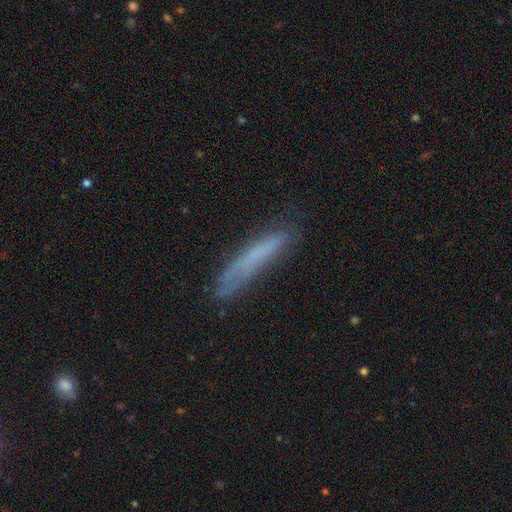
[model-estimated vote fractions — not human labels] smooth_or_featured: smooth (p=0.62) [alt: featured or disk p=0.28]
how_rounded: cigar-shaped (p=0.91) [alt: in between p=0.08]
merging: none (p=0.66) [alt: minor disturbance p=0.23]